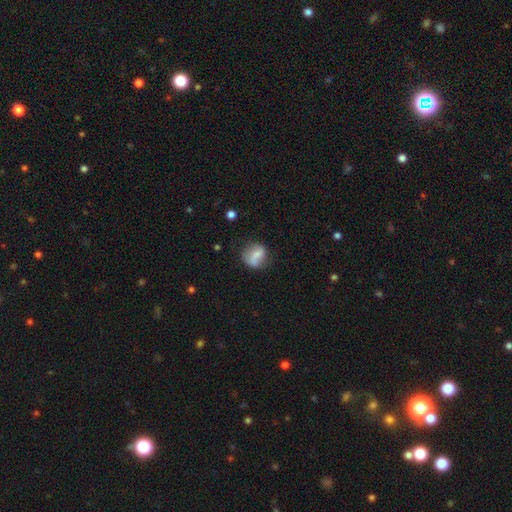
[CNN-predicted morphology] Overall: smooth (63%; featured or disk 29%). How rounded: round (65%; in between 33%). Merging: none (53%; minor disturbance 27%).